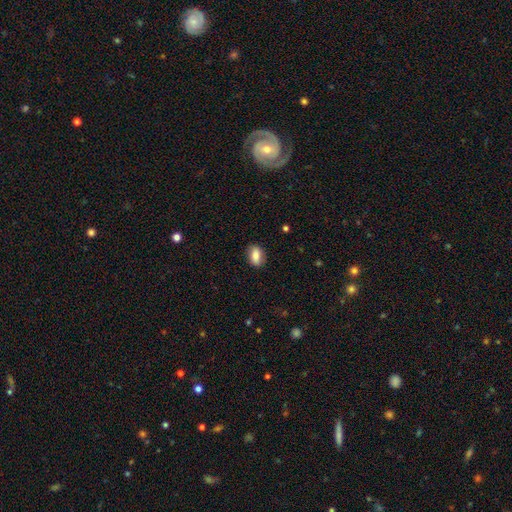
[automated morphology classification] smooth-or-featured: smooth: 80% | featured or disk: 12% | star or artifact: 7%
  how-rounded: in between: 83% | round: 13% | cigar-shaped: 4%
  merging: none: 85% | minor disturbance: 11% | major disturbance: 3% | merger: 1%